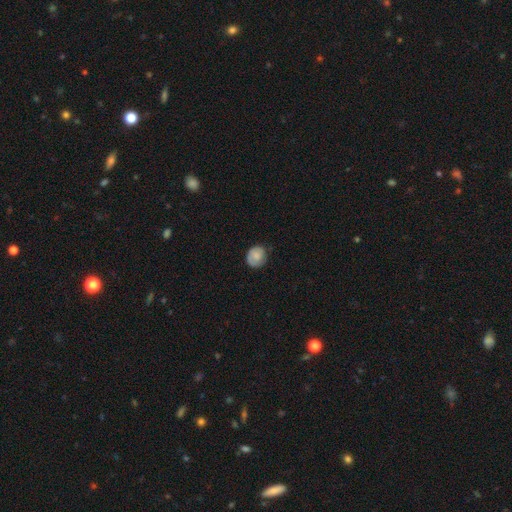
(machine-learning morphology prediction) type=smooth (73%); roundness=round (71%); merging=none (71%).